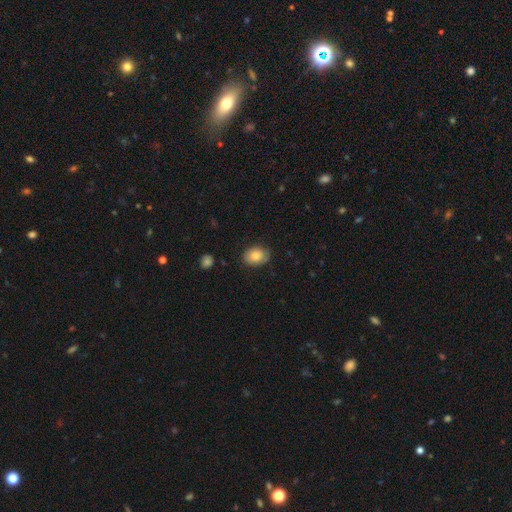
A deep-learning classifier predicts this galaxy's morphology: A smooth galaxy with no disk features (81%) that is in between round and cigar-shaped (72%). Merging: none (80%).